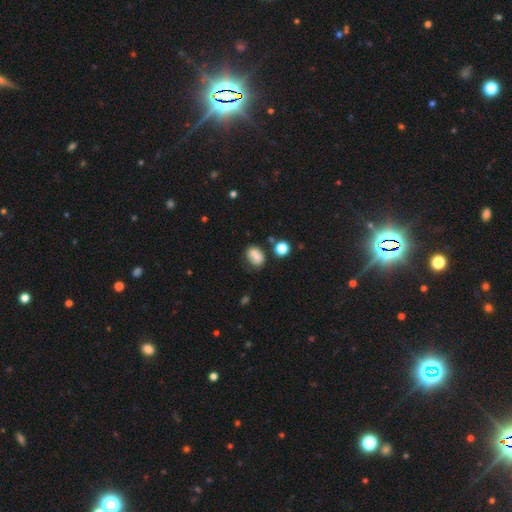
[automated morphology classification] A smooth galaxy with no disk features (76%) that is in between round and cigar-shaped (70%).

Vote fractions:
- Smooth or featured? smooth: 76% / featured or disk: 12% / star or artifact: 11%
- How rounded? in between: 70% / round: 29% / cigar-shaped: 1%
- Merging? none: 54% / minor disturbance: 25% / merger: 13% / major disturbance: 8%